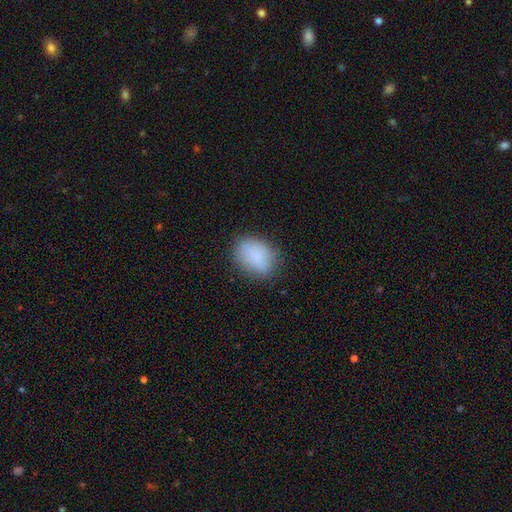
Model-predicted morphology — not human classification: Overall: smooth (85%). How rounded: in between (66%; round 33%). Merging: none (78%).